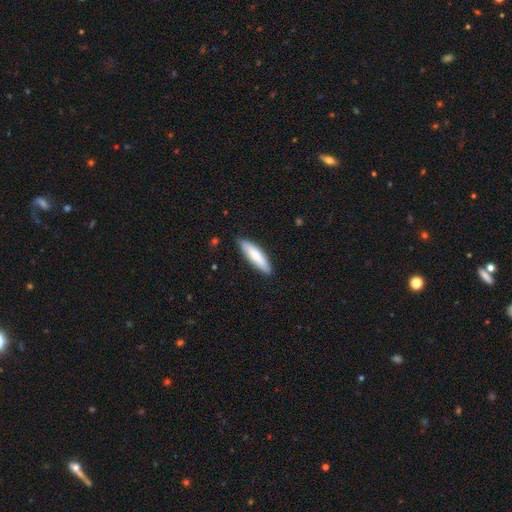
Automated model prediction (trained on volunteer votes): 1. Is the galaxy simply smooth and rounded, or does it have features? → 78% smooth, 17% featured or disk, 5% star or artifact.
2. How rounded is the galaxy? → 68% cigar-shaped, 31% in between, 1% round.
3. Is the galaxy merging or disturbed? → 85% none, 12% minor disturbance, 2% major disturbance, 1% merger.